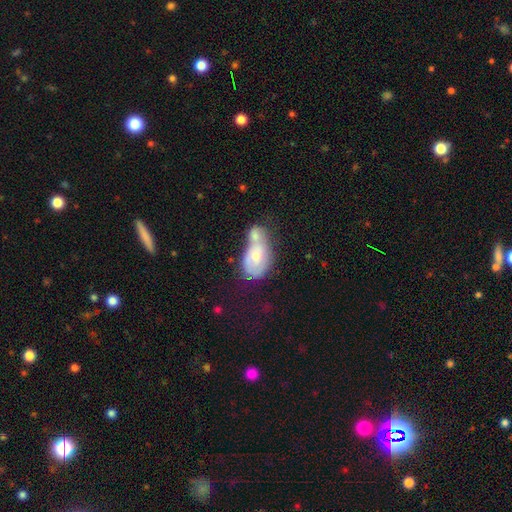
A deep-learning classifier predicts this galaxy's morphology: smooth-or-featured: smooth: 56% | featured or disk: 38% | star or artifact: 7%
  how-rounded: in between: 79% | round: 18% | cigar-shaped: 2%
  merging: merger: 69% | none: 14% | minor disturbance: 10% | major disturbance: 7%